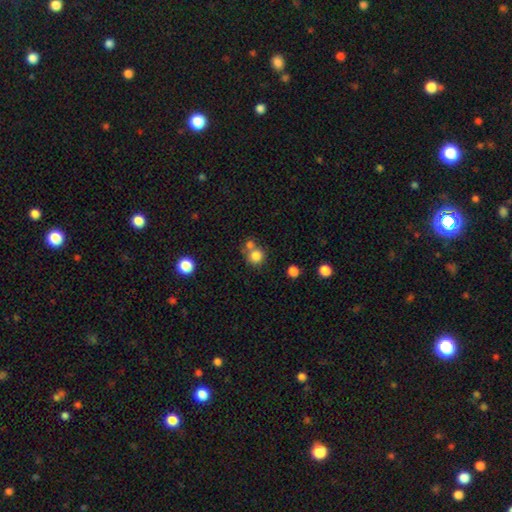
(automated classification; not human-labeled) Overall: smooth (81%). How rounded: round (90%). Merging: none (56%; merger 32%).